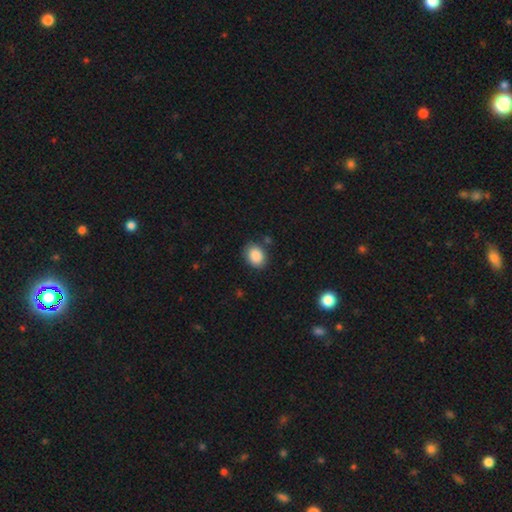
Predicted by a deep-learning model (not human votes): smooth 88%, star or artifact 8%, featured or disk 4%. Down the decision tree: how rounded — in between (56%); merging — none (82%).